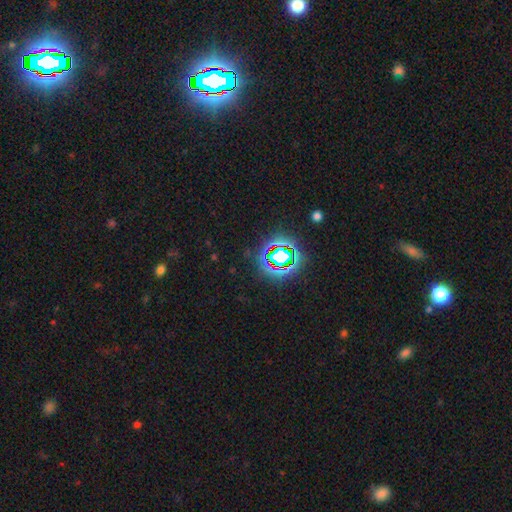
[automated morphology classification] star or artifact 80%, smooth 12%, featured or disk 8%.